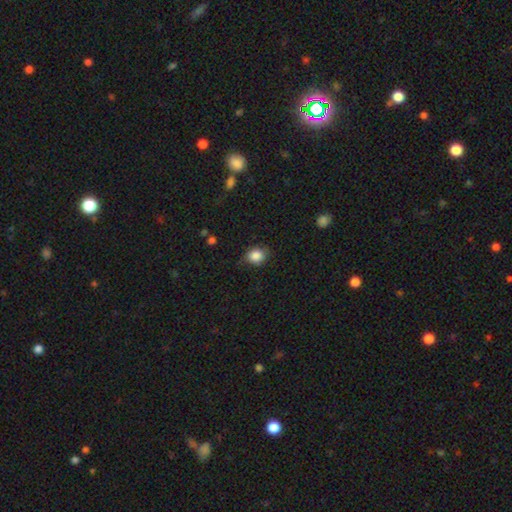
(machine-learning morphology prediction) smooth_or_featured: smooth (p=0.86) [alt: star or artifact p=0.09]
how_rounded: round (p=0.68) [alt: in between p=0.31]
merging: none (p=0.74) [alt: minor disturbance p=0.20]